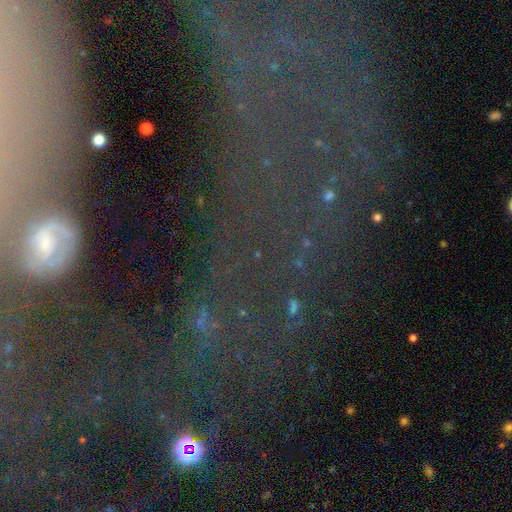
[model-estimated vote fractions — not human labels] star or artifact 42%, featured or disk 37%, smooth 22%.